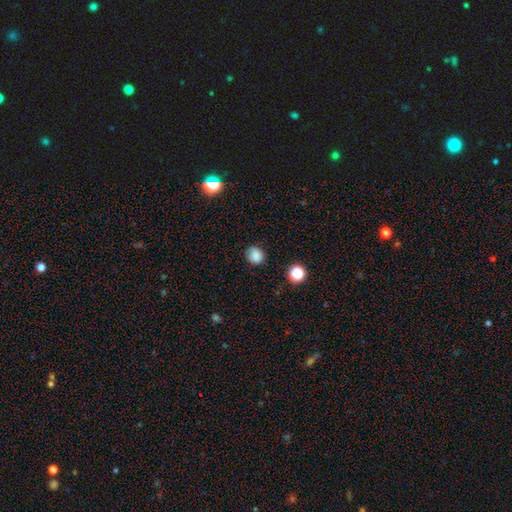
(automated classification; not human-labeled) smooth_or_featured: smooth (p=0.83) [alt: star or artifact p=0.12]
how_rounded: round (p=0.75) [alt: in between p=0.25]
merging: none (p=0.76) [alt: minor disturbance p=0.18]